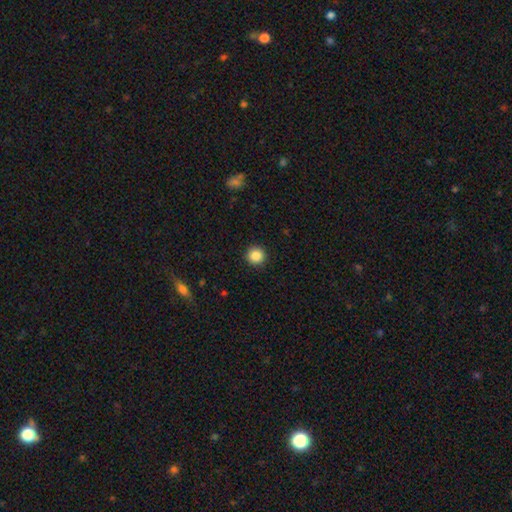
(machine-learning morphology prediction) The model was most divided on "smooth or featured": smooth: 87%, star or artifact: 10%, featured or disk: 4%. More confident: how rounded — round (95%); merging — none (93%).